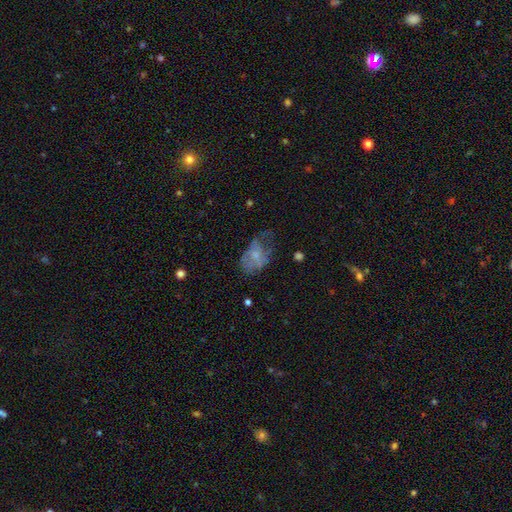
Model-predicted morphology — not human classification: The model was most divided on "smooth or featured": smooth: 47%, featured or disk: 43%, star or artifact: 10%. Remaining: merging — major disturbance (37%).